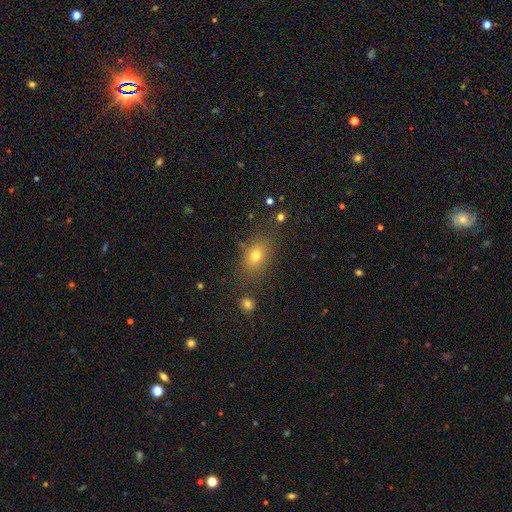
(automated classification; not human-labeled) smooth-or-featured: smooth: 72% | star or artifact: 15% | featured or disk: 13%
  how-rounded: in between: 74% | round: 23% | cigar-shaped: 3%
  merging: none: 78% | minor disturbance: 13% | major disturbance: 5% | merger: 4%